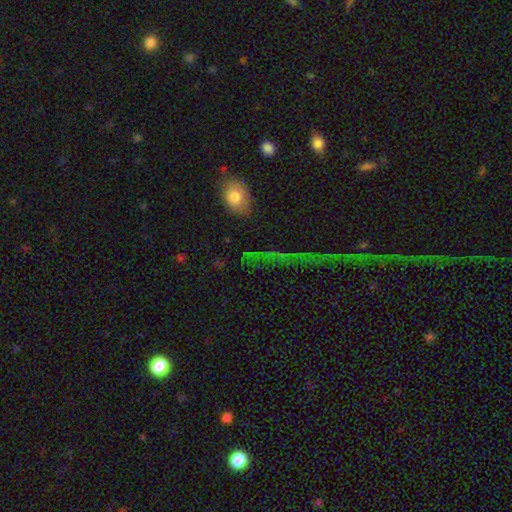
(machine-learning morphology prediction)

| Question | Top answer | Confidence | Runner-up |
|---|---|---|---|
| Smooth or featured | smooth | 48% | star or artifact (36%) |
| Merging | none | 83% | minor disturbance (8%) |